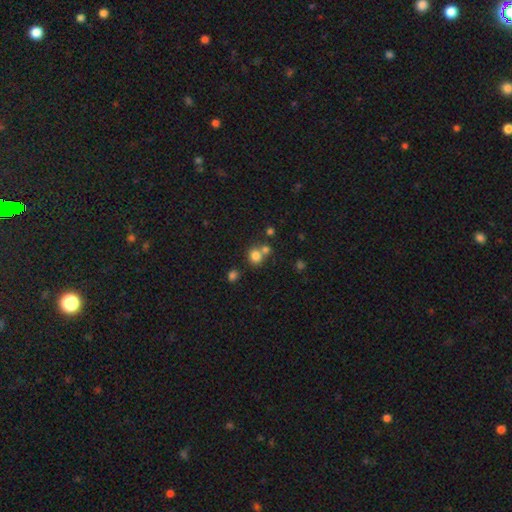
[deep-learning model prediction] A smooth galaxy with no disk features (79%) that is round (81%). Merging: none (54%).